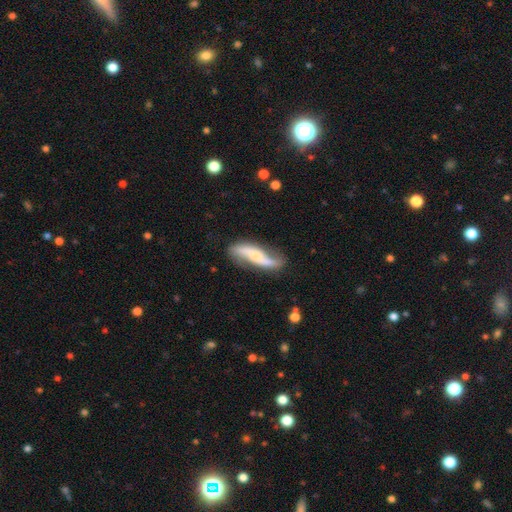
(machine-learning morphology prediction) Smooth or featured?
  - featured or disk: 74% *
  - smooth: 21%
  - star or artifact: 5%
Edge-on disk?
  - no: 80% *
  - yes: 20%
Bar?
  - no: 49% *
  - weak: 27%
  - strong: 24%
Spiral arms?
  - yes: 92% *
  - no: 8%
Spiral winding?
  - loose: 76% *
  - medium: 17%
  - tight: 7%
Spiral arm count?
  - 2: 91% *
  - can't tell: 4%
  - 1: 3%
  - 3: 1%
  - 4: 1%
  - more than 4: 1%
Bulge size?
  - small: 50% *
  - moderate: 38%
  - none: 6%
  - large: 5%
  - dominant: 2%
Merging?
  - none: 73% *
  - minor disturbance: 19%
  - major disturbance: 6%
  - merger: 3%